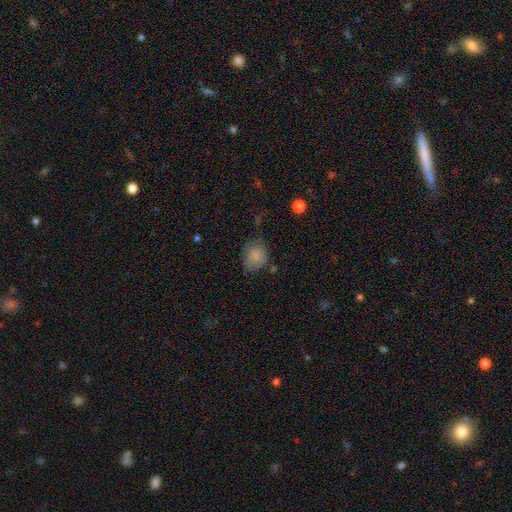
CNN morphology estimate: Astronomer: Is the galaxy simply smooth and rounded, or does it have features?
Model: smooth — 83%.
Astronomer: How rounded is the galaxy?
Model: round — 56% (runner-up: in between, 43%).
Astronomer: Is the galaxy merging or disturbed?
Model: none — 56%.